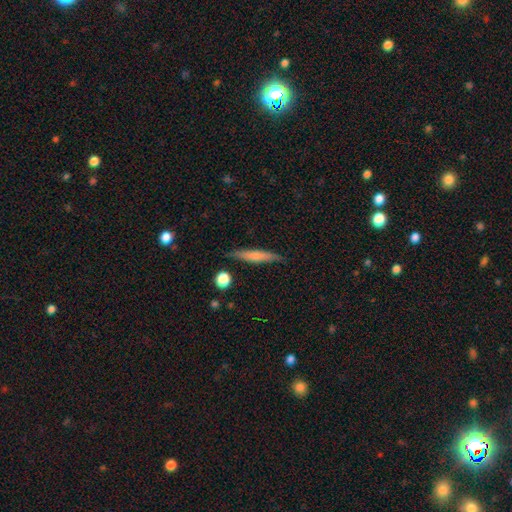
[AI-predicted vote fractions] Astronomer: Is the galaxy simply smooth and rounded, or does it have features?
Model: smooth — 63%.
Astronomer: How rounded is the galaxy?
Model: cigar-shaped — 92%.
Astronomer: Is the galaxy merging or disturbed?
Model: none — 85%.